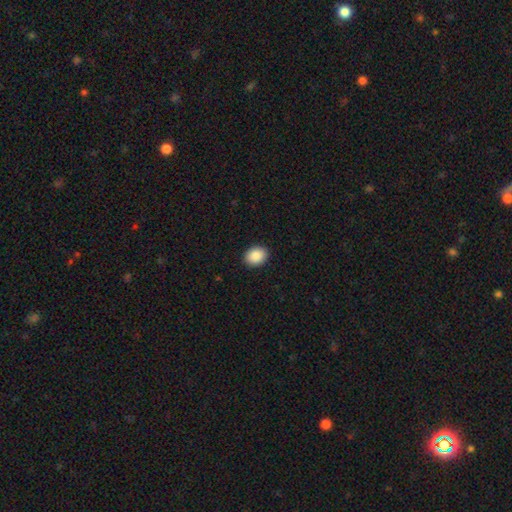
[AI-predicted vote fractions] This appears to be a smooth galaxy with no disk features (89%) that is in between round and cigar-shaped (57%). Merging: none (91%).